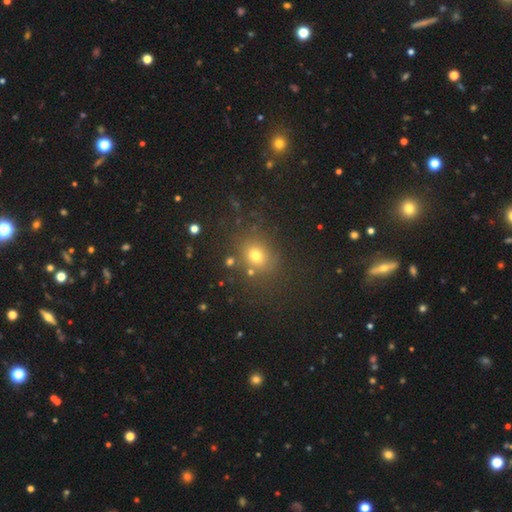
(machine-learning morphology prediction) smooth-or-featured: smooth: 70% | star or artifact: 20% | featured or disk: 10%
  how-rounded: round: 63% | in between: 36% | cigar-shaped: 1%
  merging: none: 79% | minor disturbance: 11% | merger: 5% | major disturbance: 5%